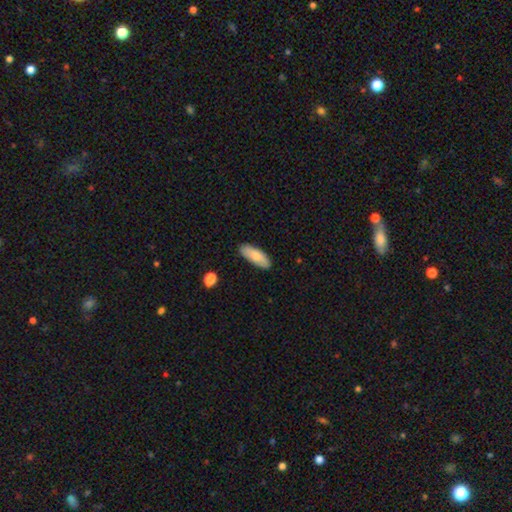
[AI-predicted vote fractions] smooth-or-featured: smooth: 79% | featured or disk: 15% | star or artifact: 6%
  how-rounded: in between: 74% | cigar-shaped: 24% | round: 2%
  merging: none: 85% | minor disturbance: 12% | major disturbance: 2% | merger: 2%